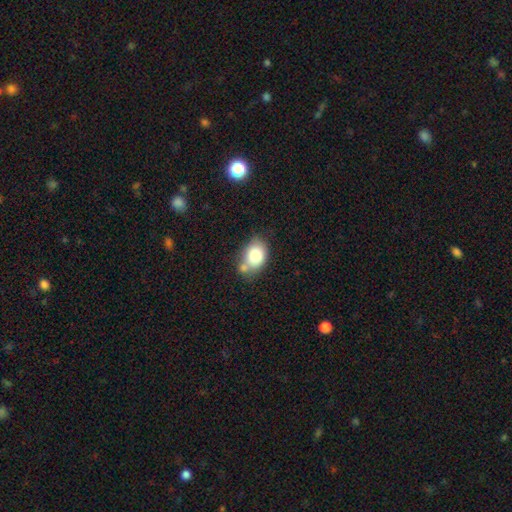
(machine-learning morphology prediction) Smooth or featured?
  - smooth: 79% *
  - featured or disk: 12%
  - star or artifact: 8%
How rounded?
  - in between: 75% *
  - round: 24%
  - cigar-shaped: 1%
Merging?
  - none: 49% *
  - merger: 24%
  - minor disturbance: 21%
  - major disturbance: 6%